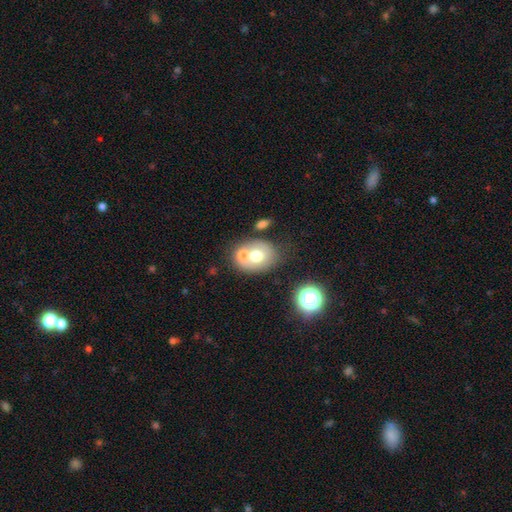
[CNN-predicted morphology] smooth_or_featured: smooth (p=0.64) [alt: featured or disk p=0.26]
how_rounded: in between (p=0.52) [alt: round p=0.47]
merging: merger (p=0.43) [alt: none p=0.42]